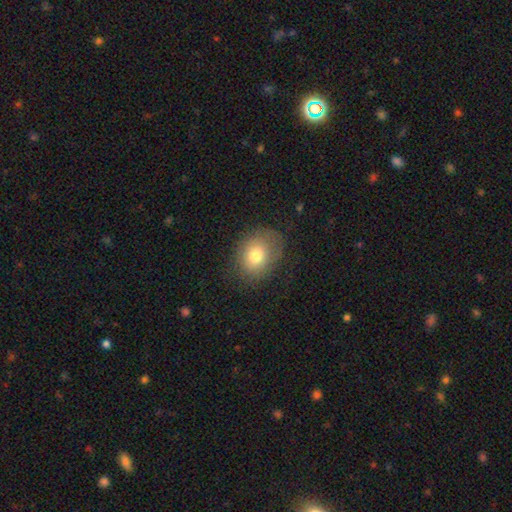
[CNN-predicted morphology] This appears to be a smooth galaxy with no disk features (74%) that is round (50%). Merging: none (73%).